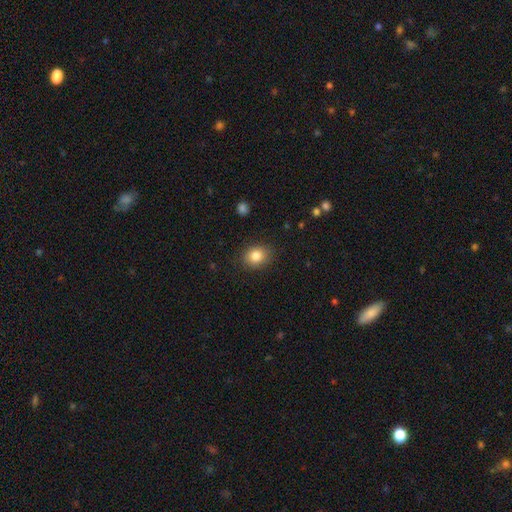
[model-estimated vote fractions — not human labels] Morphology: type=smooth (83%); roundness=round (54%); merging=none (85%).